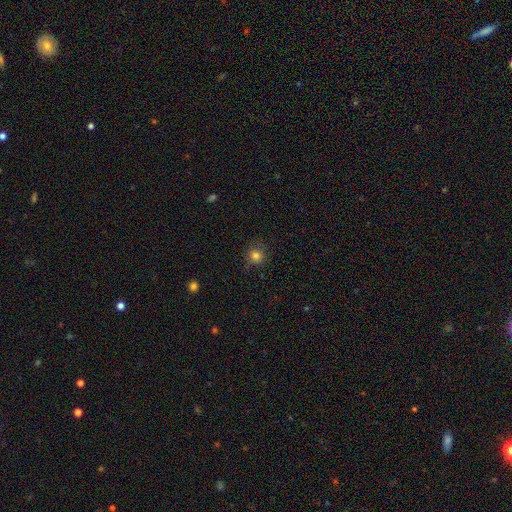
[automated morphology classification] This is clearly a smooth galaxy (80%). How rounded: clearly round (91%). Merging: clearly none (80%).